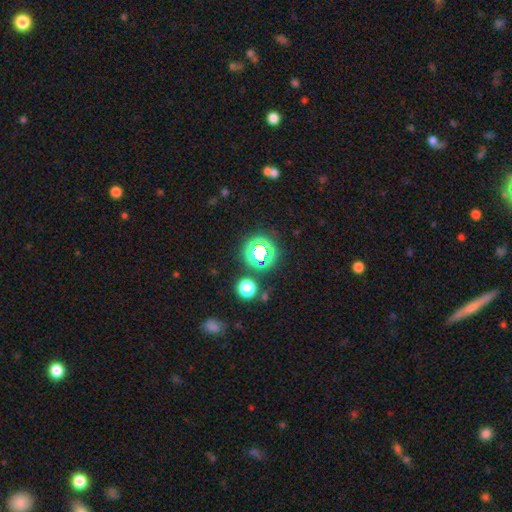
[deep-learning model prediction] The model was most divided on "smooth or featured": star or artifact: 70%, smooth: 22%, featured or disk: 8%.